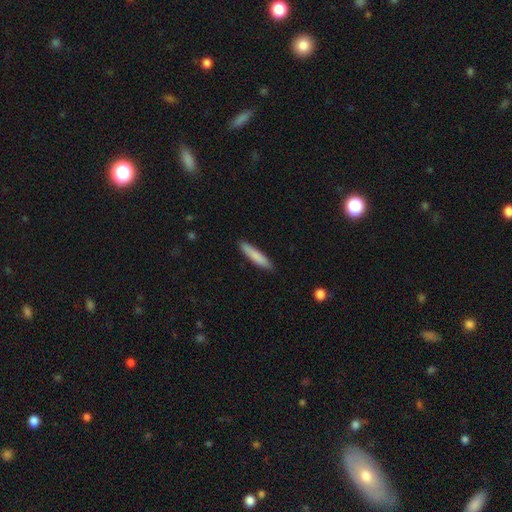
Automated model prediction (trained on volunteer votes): smooth 84%, featured or disk 11%, star or artifact 6%. Down the decision tree: how rounded — cigar-shaped (87%); merging — none (89%).